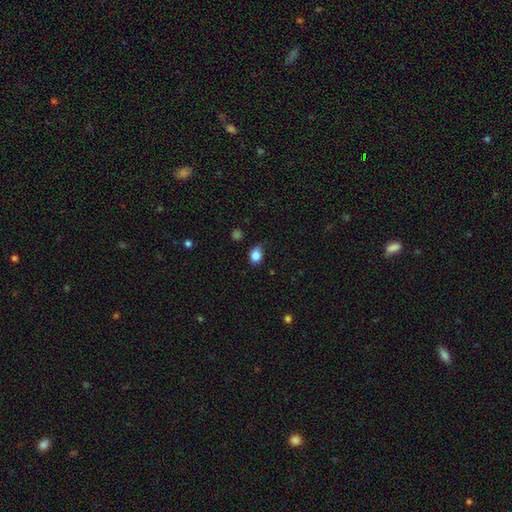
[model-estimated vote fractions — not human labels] Morphology: type=smooth (86%); roundness=in between (59%); merging=none (66%).